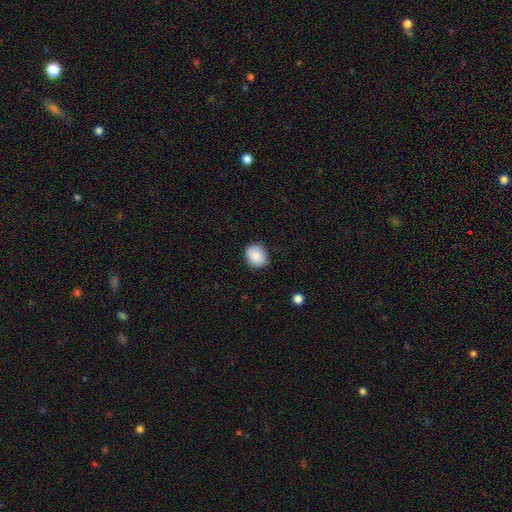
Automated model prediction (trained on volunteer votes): This is clearly a smooth galaxy (86%). How rounded: likely round (69%). Merging: clearly none (84%).